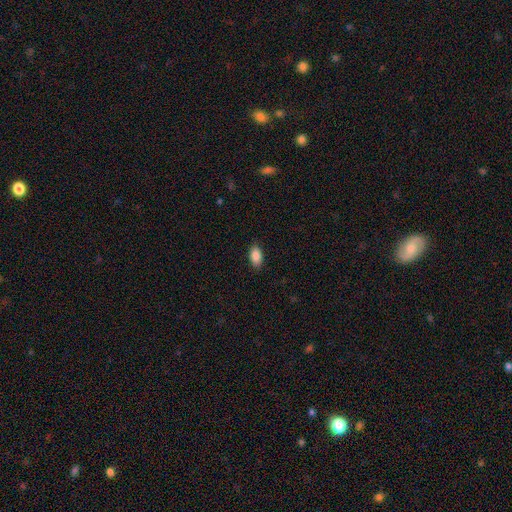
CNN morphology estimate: The model was most divided on "merging": none: 87%, minor disturbance: 10%, major disturbance: 2%, merger: 1%. More confident: how rounded — in between (92%); smooth or featured — smooth (89%).